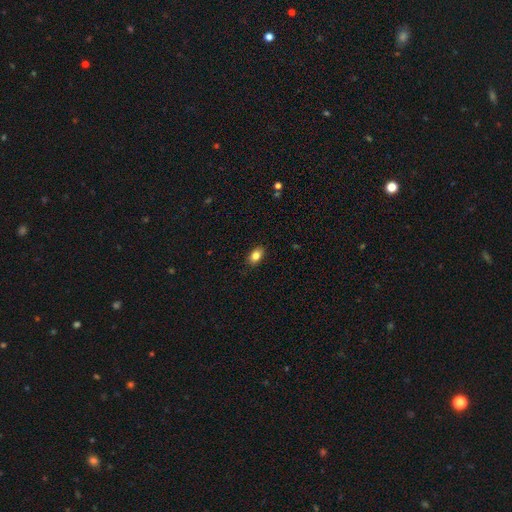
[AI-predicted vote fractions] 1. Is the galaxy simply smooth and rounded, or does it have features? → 83% smooth, 9% featured or disk, 8% star or artifact.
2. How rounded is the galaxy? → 86% in between, 11% round, 2% cigar-shaped.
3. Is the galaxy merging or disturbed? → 87% none, 10% minor disturbance, 2% major disturbance, 1% merger.